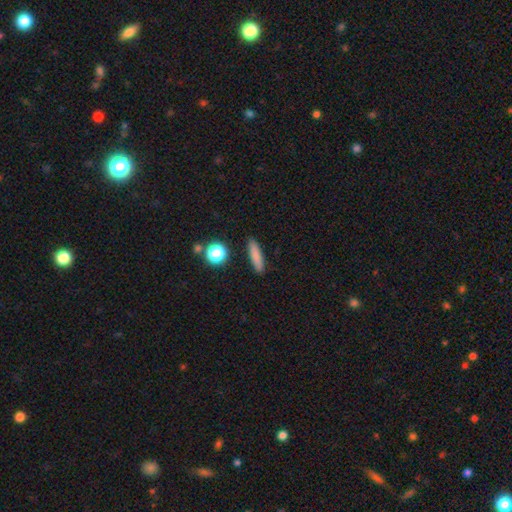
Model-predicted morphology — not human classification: The model was most divided on "how rounded": cigar-shaped: 75%, in between: 20%, round: 5%. More confident: merging — none (88%); smooth or featured — smooth (80%).